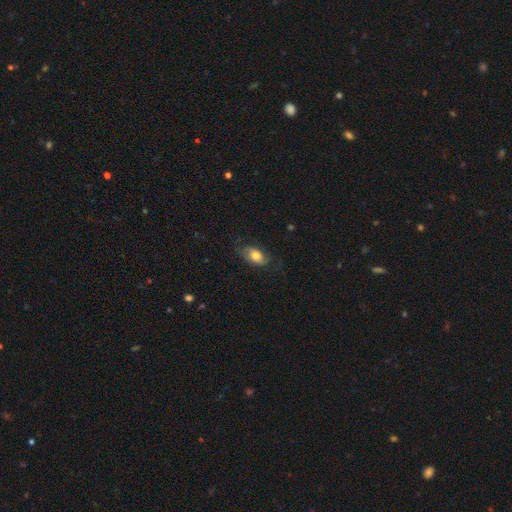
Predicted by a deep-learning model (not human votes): A smooth galaxy with no disk features (68%) that is in between round and cigar-shaped (89%). Merging: none (66%).